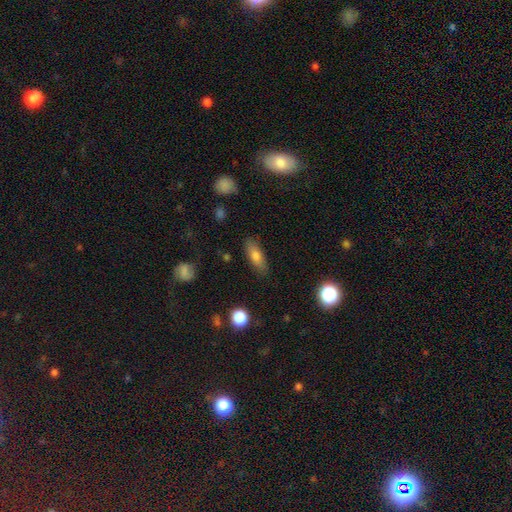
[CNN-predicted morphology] type=smooth (74%); roundness=in between (65%); merging=none (84%).